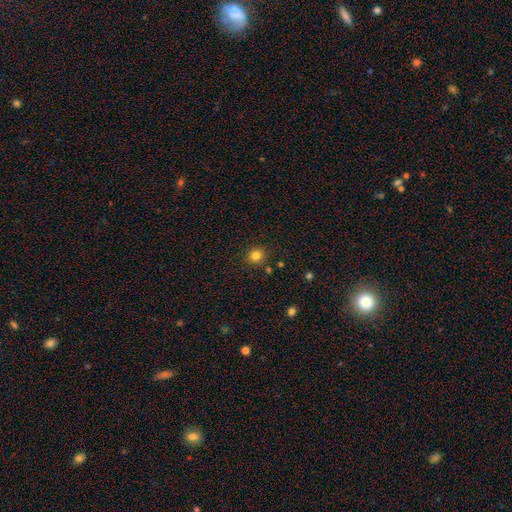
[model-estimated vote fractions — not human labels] This appears to be a smooth galaxy with no disk features (81%) that is round (88%). Merging: none (87%).